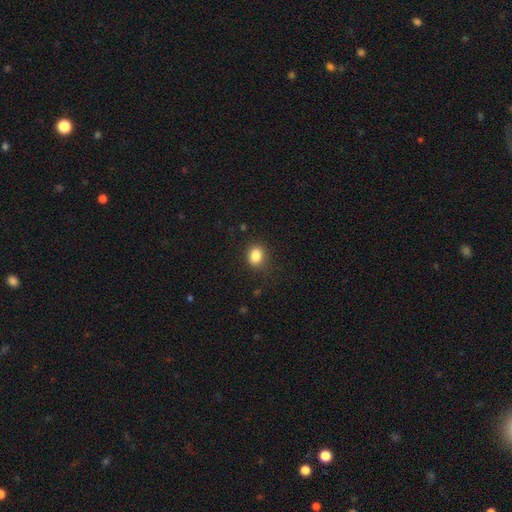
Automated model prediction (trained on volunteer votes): Smooth or featured: smooth — 86% (star or artifact — 10%)
How rounded: round — 50% (in between — 49%)
Merging: none — 81% (minor disturbance — 14%)